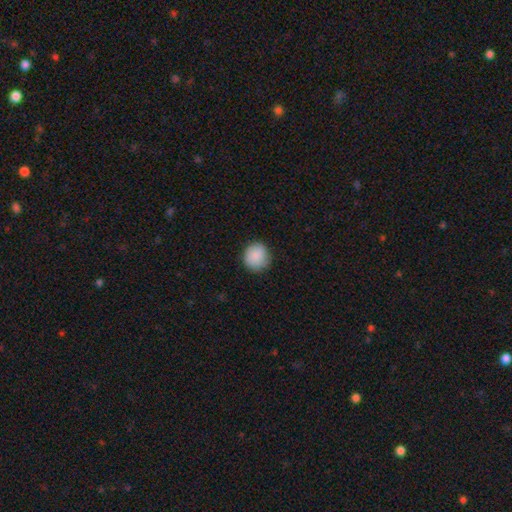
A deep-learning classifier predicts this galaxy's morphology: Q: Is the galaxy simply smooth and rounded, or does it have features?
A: smooth — 89%.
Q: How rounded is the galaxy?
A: round — 90%.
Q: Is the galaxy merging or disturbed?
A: none — 88%.